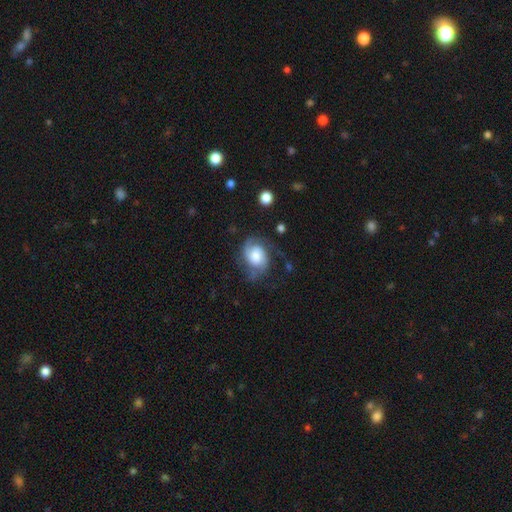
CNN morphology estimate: smooth_or_featured: featured or disk (p=0.69) [alt: smooth p=0.24]
disk_edge_on: no (p=0.98) [alt: yes p=0.02]
bar: no (p=0.62) [alt: weak p=0.32]
has_spiral_arms: yes (p=0.92) [alt: no p=0.08]
spiral_winding: medium (p=0.45) [alt: tight p=0.34]
spiral_arm_count: 2 (p=0.75) [alt: can't tell p=0.11]
bulge_size: moderate (p=0.40) [alt: large p=0.34]
merging: none (p=0.56) [alt: minor disturbance p=0.24]